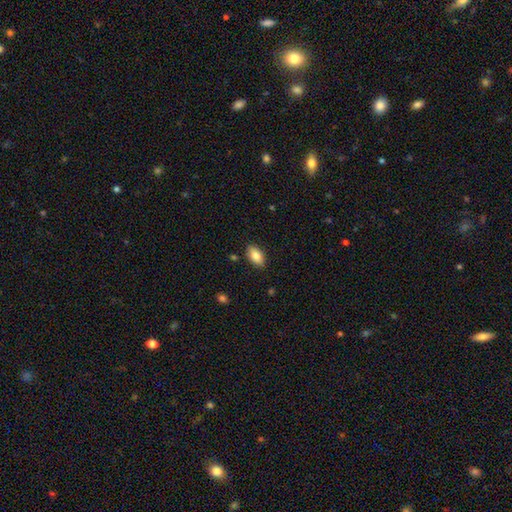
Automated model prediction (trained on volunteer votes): A smooth galaxy with no disk features (82%) that is in between round and cigar-shaped (92%).

Vote fractions:
- Smooth or featured? smooth: 82% / featured or disk: 11% / star or artifact: 7%
- How rounded? in between: 92% / round: 4% / cigar-shaped: 4%
- Merging? none: 86% / minor disturbance: 11% / major disturbance: 2% / merger: 2%